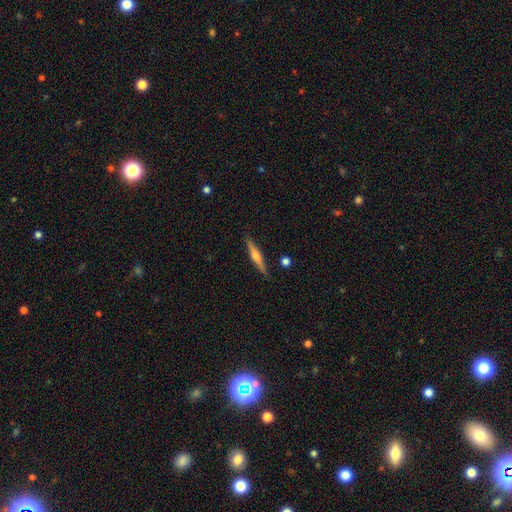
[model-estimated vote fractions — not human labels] Smooth or featured: featured or disk — 65% (smooth — 29%)
Edge-on disk: yes — 97% (no — 3%)
Edge-on bulge: rounded — 89% (boxy — 6%)
Merging: none — 88% (minor disturbance — 8%)